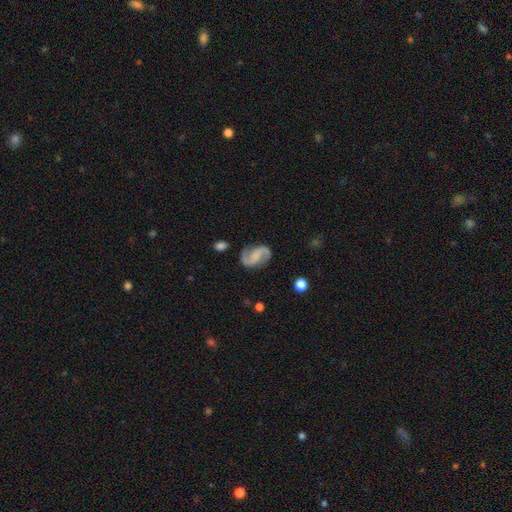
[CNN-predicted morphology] smooth_or_featured: featured or disk (p=0.87) [alt: smooth p=0.08]
disk_edge_on: no (p=0.98) [alt: yes p=0.02]
bar: no (p=0.42) [alt: weak p=0.40]
has_spiral_arms: yes (p=0.97) [alt: no p=0.03]
spiral_winding: medium (p=0.45) [alt: loose p=0.43]
spiral_arm_count: 2 (p=0.94) [alt: can't tell p=0.02]
bulge_size: none (p=0.55) [alt: small p=0.21]
merging: none (p=0.80) [alt: minor disturbance p=0.13]